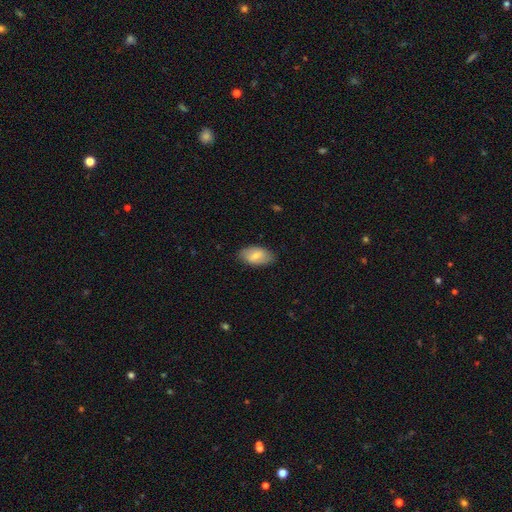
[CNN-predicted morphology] smooth-or-featured: smooth: 69% | featured or disk: 25% | star or artifact: 6%
  how-rounded: in between: 93% | round: 4% | cigar-shaped: 2%
  merging: none: 83% | minor disturbance: 13% | major disturbance: 3% | merger: 1%